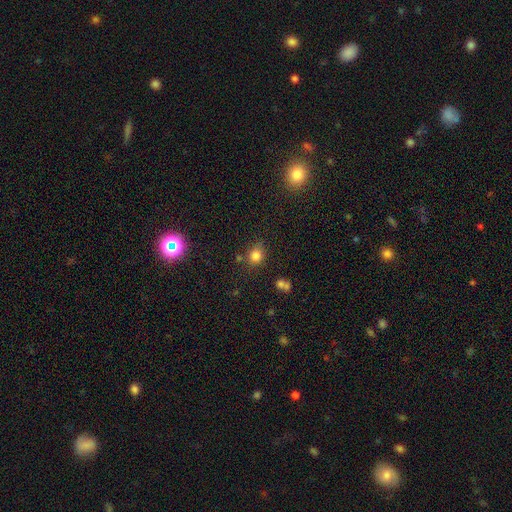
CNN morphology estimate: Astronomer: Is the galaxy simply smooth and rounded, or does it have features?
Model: smooth — 80%.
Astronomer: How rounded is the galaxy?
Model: round — 68%.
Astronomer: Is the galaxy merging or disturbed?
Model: none — 70%.